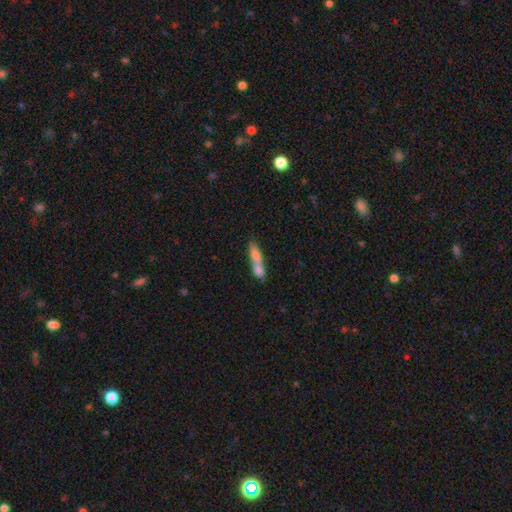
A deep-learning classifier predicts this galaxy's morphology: Smooth or featured? smooth (69%)
How rounded? cigar-shaped (62%)
Merging? merger (67%)